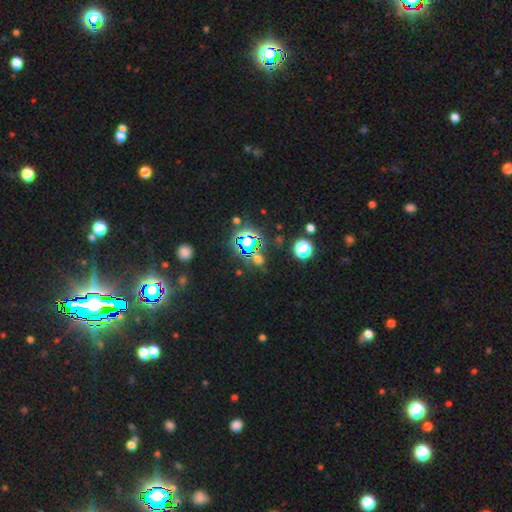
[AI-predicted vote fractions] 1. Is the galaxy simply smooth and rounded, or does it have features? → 76% star or artifact, 16% smooth, 8% featured or disk.